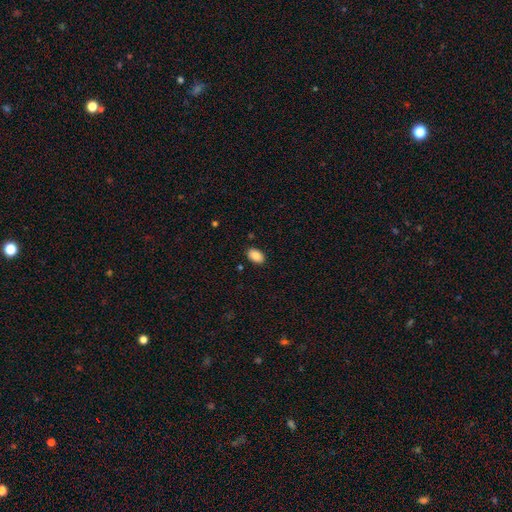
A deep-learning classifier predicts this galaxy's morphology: Overall: smooth (88%). How rounded: in between (91%). Merging: none (88%).